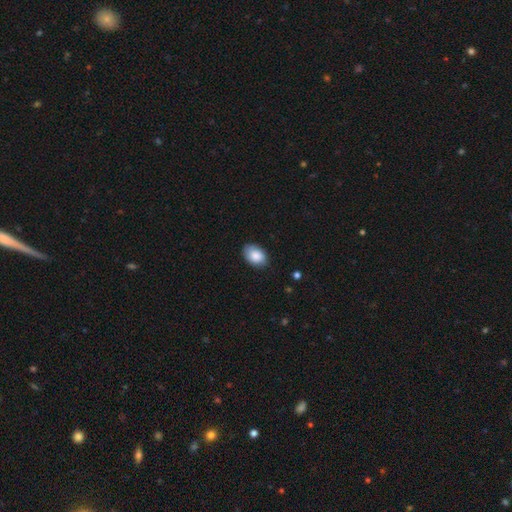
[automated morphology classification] A smooth galaxy with no disk features (87%) that is in between round and cigar-shaped (87%). Merging: none (80%).